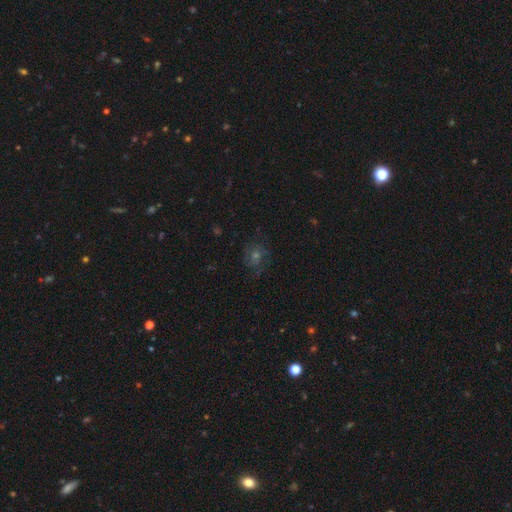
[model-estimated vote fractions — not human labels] featured or disk 42%, star or artifact 31%, smooth 27%. Down the decision tree: merging — none (76%).